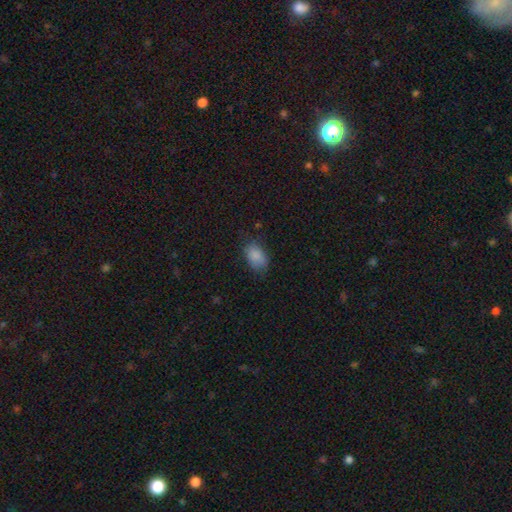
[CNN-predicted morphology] type=smooth (85%); roundness=in between (87%); merging=none (69%).